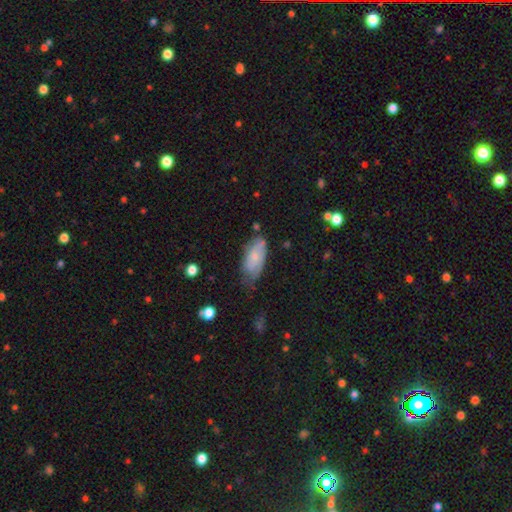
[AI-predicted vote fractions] Overall: smooth (55%; featured or disk 39%). How rounded: in between (87%). Merging: none (52%; minor disturbance 34%).